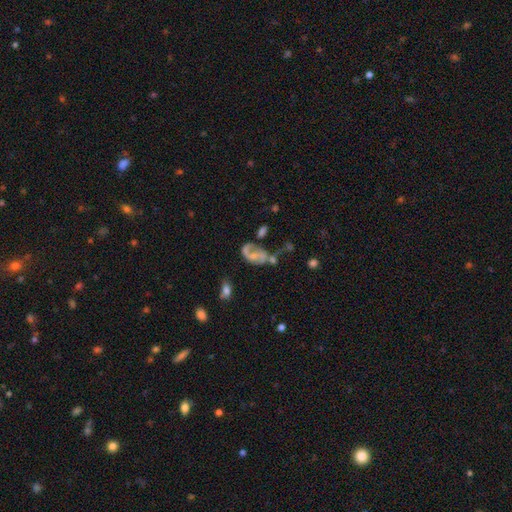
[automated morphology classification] The model was most divided on "merging": major disturbance: 30%, none: 26%, merger: 25%, minor disturbance: 18%. Remaining: edge-on disk — no (97%); spiral arms — yes (71%); smooth or featured — featured or disk (63%); bar — no (62%); bulge size — none (43%).